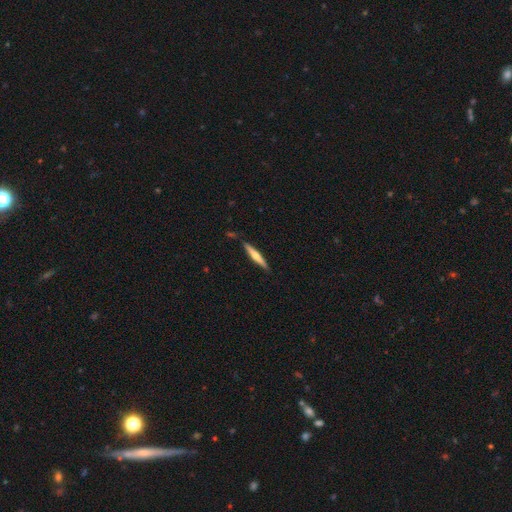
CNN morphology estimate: Q: Smooth or featured?
A: featured or disk (50%); runner-up: smooth (44%)
Q: Edge-on disk?
A: yes (96%); runner-up: no (4%)
Q: Merging?
A: none (87%); runner-up: minor disturbance (9%)